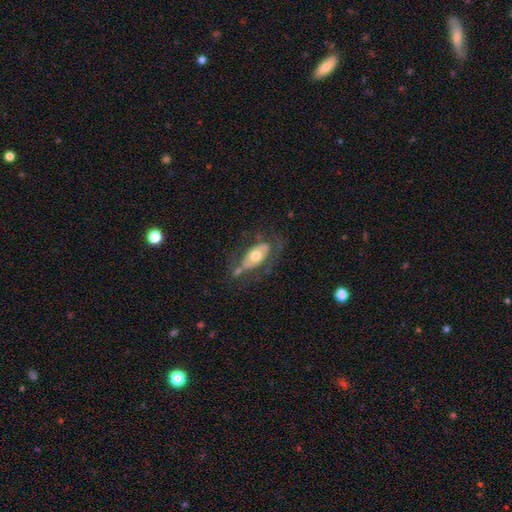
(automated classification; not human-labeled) Morphology: type=featured or disk (49%); merging=none (53%).